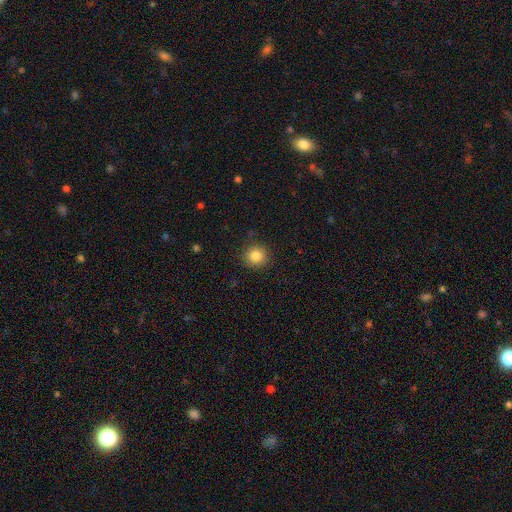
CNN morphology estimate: Q: Smooth or featured?
A: smooth (84%); runner-up: star or artifact (11%)
Q: How rounded?
A: round (92%); runner-up: in between (7%)
Q: Merging?
A: none (90%); runner-up: minor disturbance (7%)